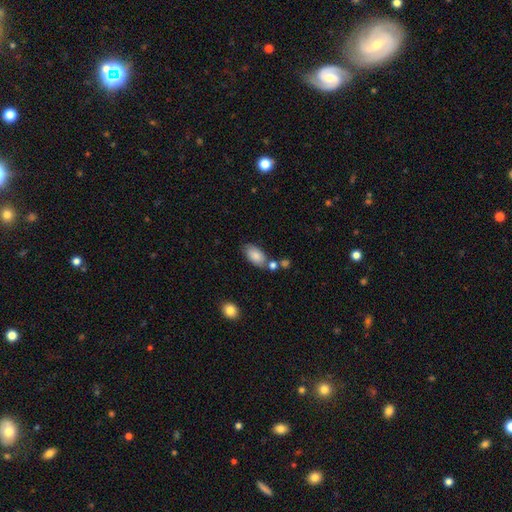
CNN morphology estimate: This is clearly a smooth galaxy (85%). How rounded: clearly in between (93%). Merging: likely none (66%).